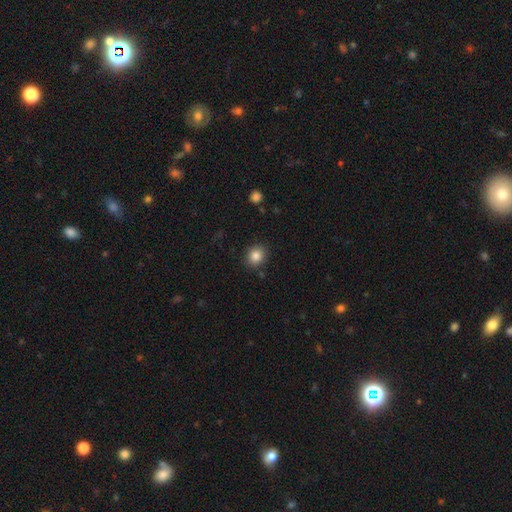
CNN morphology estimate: This is clearly a smooth galaxy (85%). How rounded: likely round (72%). Merging: clearly none (87%).